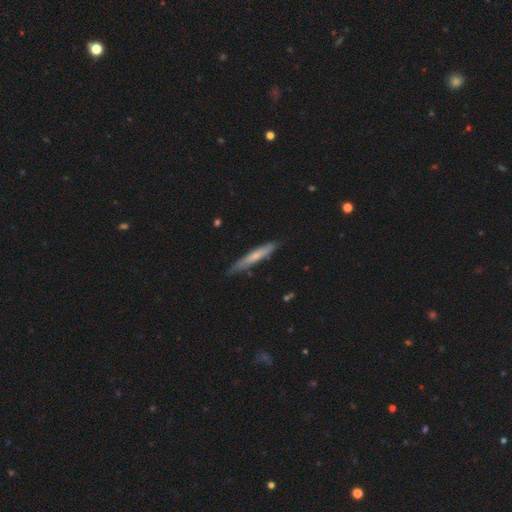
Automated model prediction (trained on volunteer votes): smooth_or_featured: smooth (p=0.51) [alt: featured or disk p=0.43]
how_rounded: cigar-shaped (p=0.94) [alt: in between p=0.05]
merging: none (p=0.79) [alt: minor disturbance p=0.17]